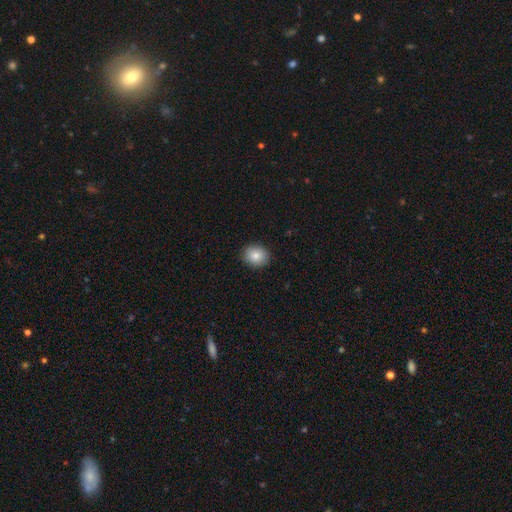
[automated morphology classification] A smooth galaxy with no disk features (84%) that is round (72%). Merging: none (90%).